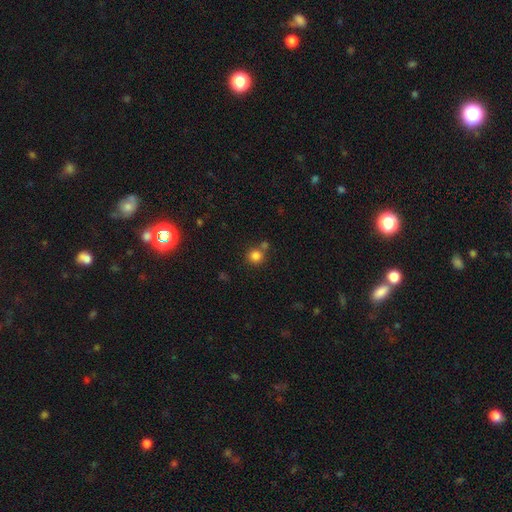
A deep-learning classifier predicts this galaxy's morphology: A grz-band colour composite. It shows a smooth galaxy with no disk features (82%) that is round (92%). Merging: none (68%).